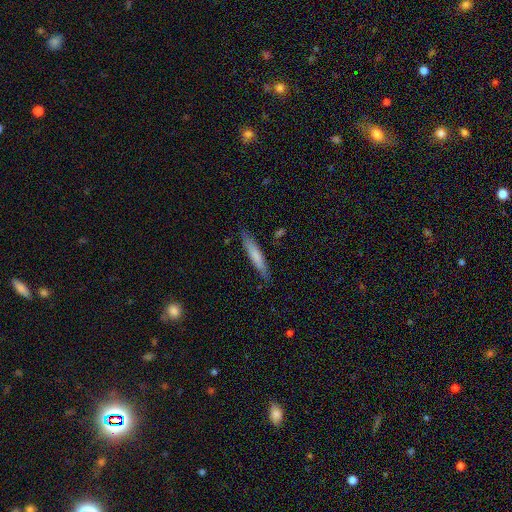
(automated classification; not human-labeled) smooth 67%, featured or disk 27%, star or artifact 6%. Down the decision tree: how rounded — cigar-shaped (92%); merging — none (84%).